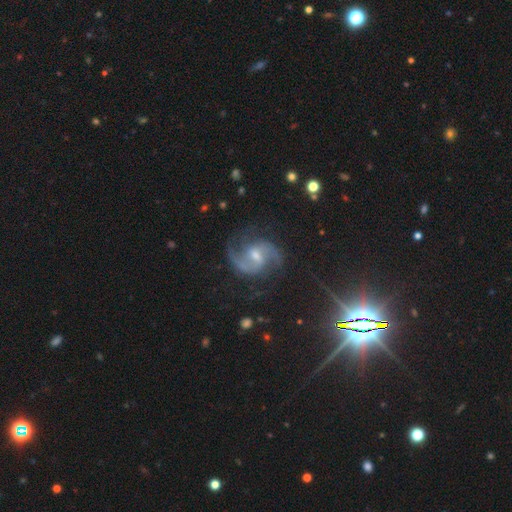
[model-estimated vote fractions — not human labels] Overall: featured or disk (87%). Edge-on disk: no (98%). Bar: weak (52%; no 32%). Spiral arms: yes (98%). Spiral arm count: 2 (89%). Spiral winding: medium (59%; loose 24%). Bulge size: moderate (50%; small 41%). Merging: none (76%).